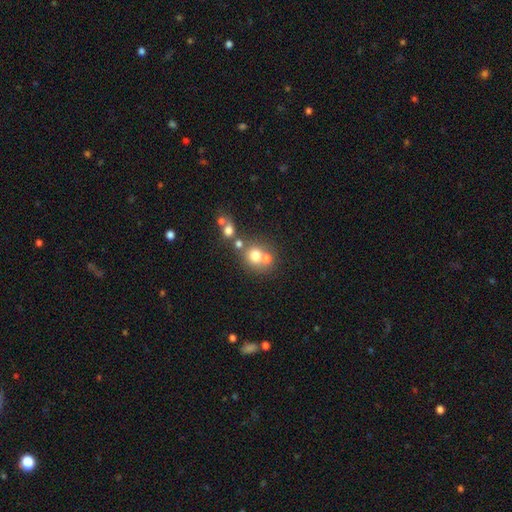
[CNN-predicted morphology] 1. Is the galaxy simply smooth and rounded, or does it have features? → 68% smooth, 18% featured or disk, 14% star or artifact.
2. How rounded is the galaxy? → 78% round, 22% in between, 1% cigar-shaped.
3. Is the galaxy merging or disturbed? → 45% none, 42% merger, 9% minor disturbance, 5% major disturbance.